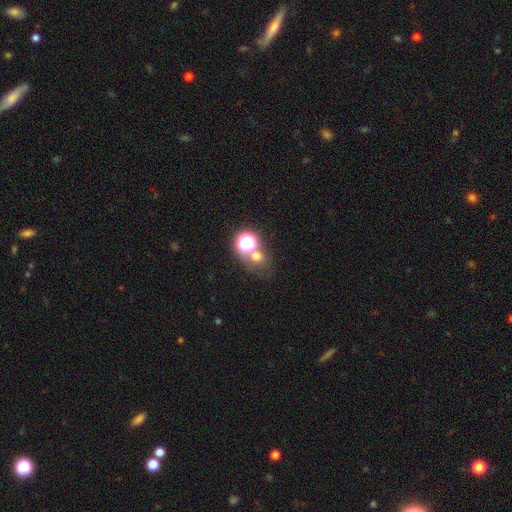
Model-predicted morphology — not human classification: smooth-or-featured: smooth: 58% | star or artifact: 31% | featured or disk: 11%
  how-rounded: round: 78% | in between: 21% | cigar-shaped: 1%
  merging: none: 54% | merger: 31% | minor disturbance: 9% | major disturbance: 6%